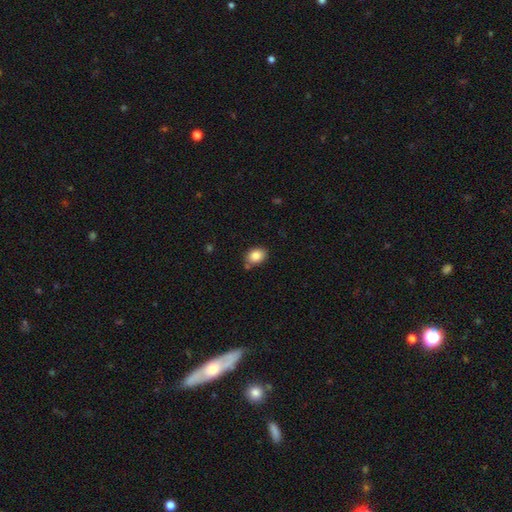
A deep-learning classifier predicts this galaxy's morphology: Smooth or featured: smooth — 86% (star or artifact — 8%)
How rounded: in between — 69% (round — 30%)
Merging: none — 74% (minor disturbance — 16%)